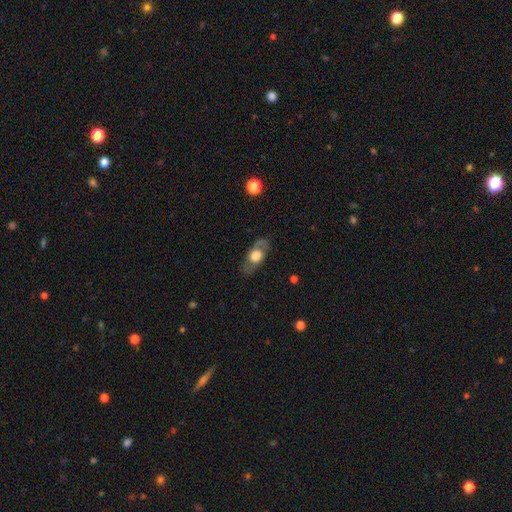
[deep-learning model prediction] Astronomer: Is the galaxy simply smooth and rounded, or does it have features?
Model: featured or disk — 48% (runner-up: smooth, 46%).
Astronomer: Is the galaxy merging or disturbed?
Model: none — 78%.